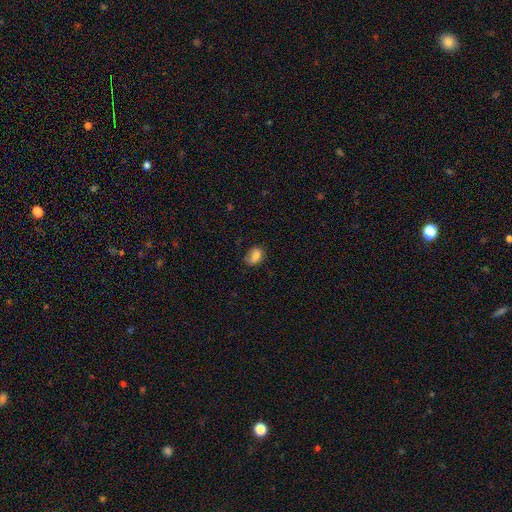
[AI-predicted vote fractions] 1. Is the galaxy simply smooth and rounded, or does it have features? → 79% smooth, 12% featured or disk, 9% star or artifact.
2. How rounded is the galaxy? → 74% in between, 24% round, 1% cigar-shaped.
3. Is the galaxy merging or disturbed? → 62% none, 27% minor disturbance, 9% major disturbance, 2% merger.